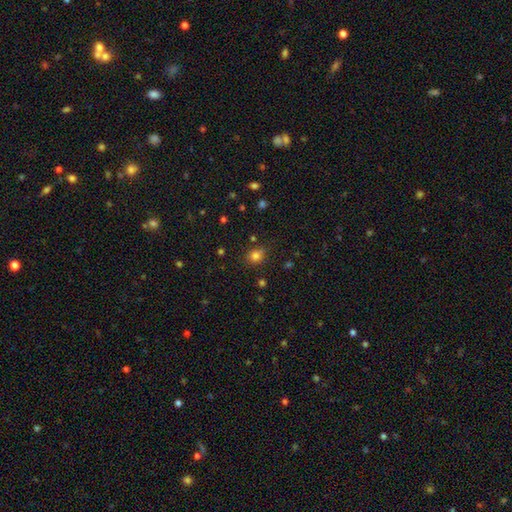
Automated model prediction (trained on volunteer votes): Q: Smooth or featured?
A: smooth (79%); runner-up: star or artifact (15%)
Q: How rounded?
A: round (74%); runner-up: in between (25%)
Q: Merging?
A: none (76%); runner-up: minor disturbance (16%)